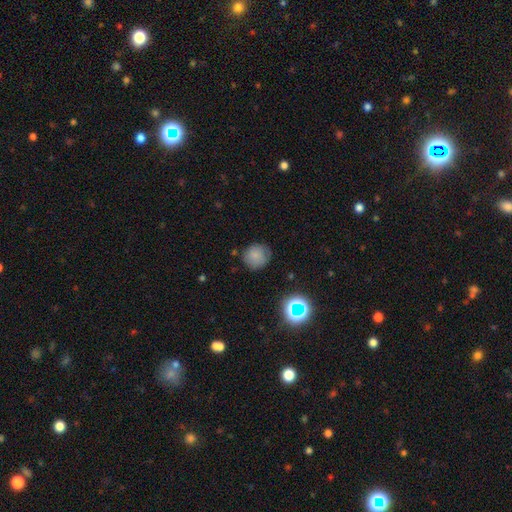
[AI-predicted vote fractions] A smooth galaxy with no disk features (75%) that is round (89%).

Vote fractions:
- Smooth or featured? smooth: 75% / star or artifact: 15% / featured or disk: 10%
- How rounded? round: 89% / in between: 10% / cigar-shaped: 1%
- Merging? none: 77% / minor disturbance: 17% / major disturbance: 4% / merger: 2%